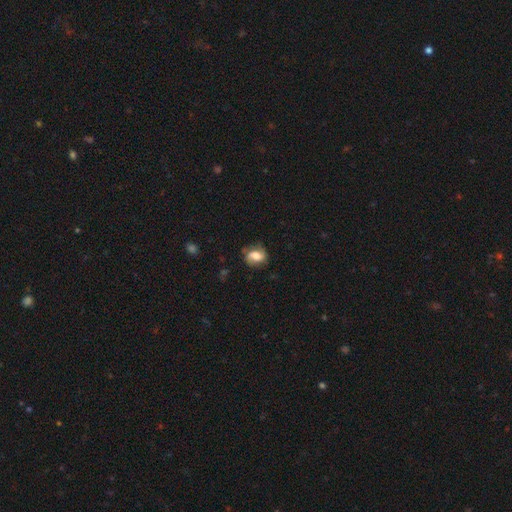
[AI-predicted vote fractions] A smooth galaxy with no disk features (53%) that is in between round and cigar-shaped (57%). Merging: none (64%).